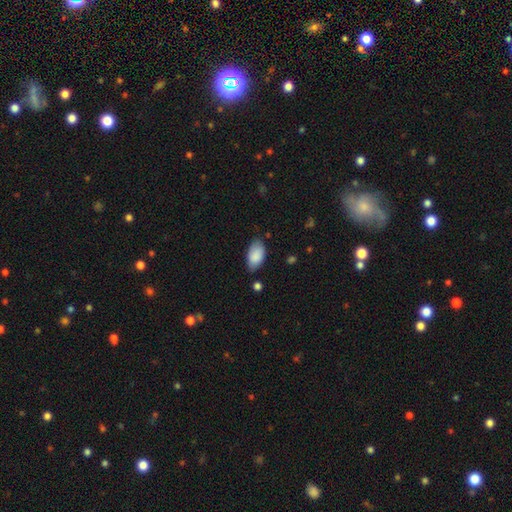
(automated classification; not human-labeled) This is clearly a smooth galaxy (87%). How rounded: clearly in between (94%). Merging: likely none (69%).